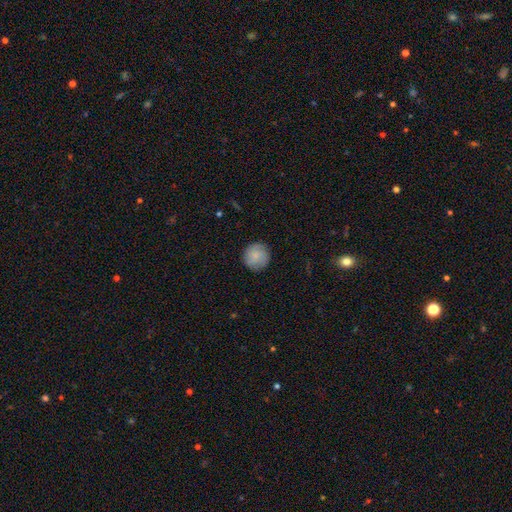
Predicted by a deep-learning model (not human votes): This is clearly a smooth galaxy (82%). How rounded: clearly round (94%). Merging: clearly none (87%).